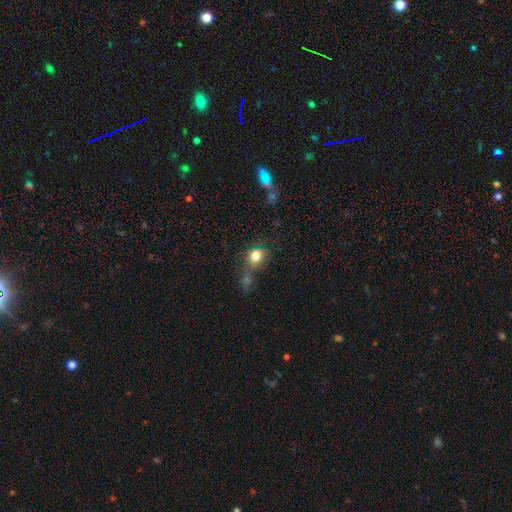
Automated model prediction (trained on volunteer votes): Smooth or featured? Predicted: smooth (p=0.77). How rounded? Predicted: round (p=0.70). Merging? Predicted: none (p=0.45).